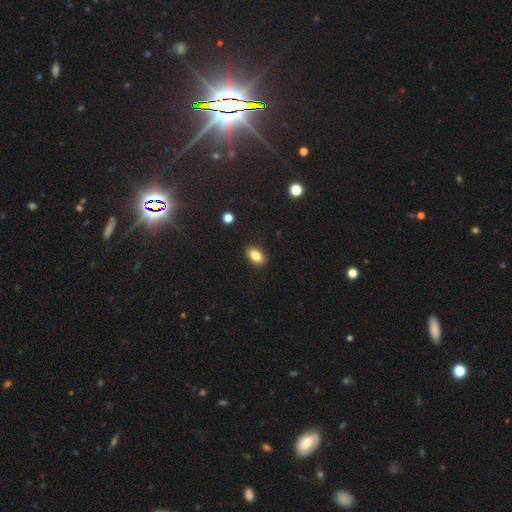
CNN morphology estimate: smooth-or-featured: smooth: 84% | star or artifact: 9% | featured or disk: 7%
  how-rounded: in between: 88% | round: 11% | cigar-shaped: 2%
  merging: none: 88% | minor disturbance: 9% | major disturbance: 2% | merger: 1%